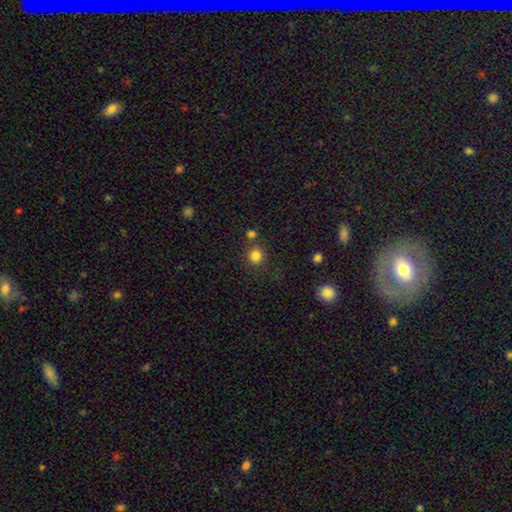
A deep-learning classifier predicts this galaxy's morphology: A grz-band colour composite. It shows a smooth galaxy with no disk features (82%) that is round (92%). Merging: none (78%).